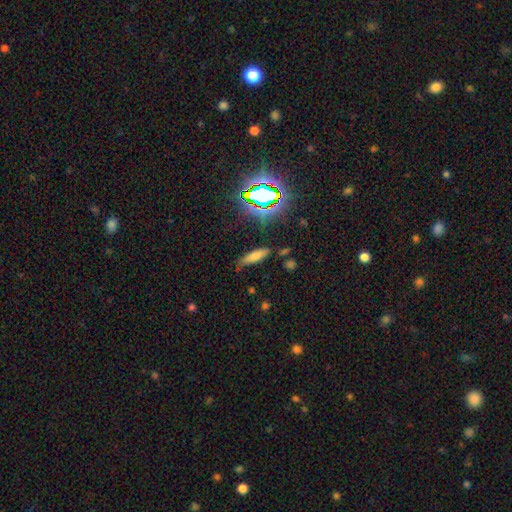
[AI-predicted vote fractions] Smooth or featured? smooth (65%)
How rounded? cigar-shaped (52%)
Merging? none (72%)